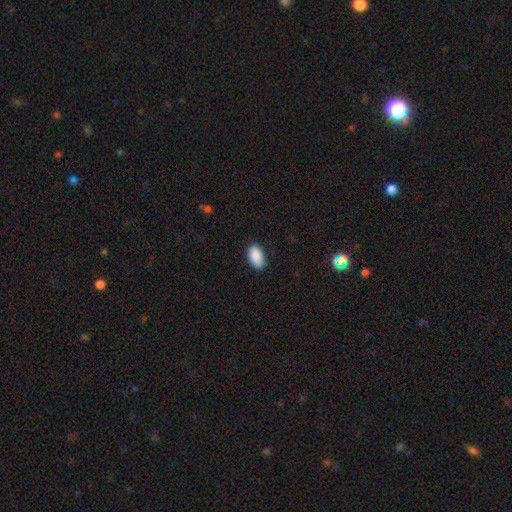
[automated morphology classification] Smooth or featured?
  - smooth: 90% *
  - star or artifact: 7%
  - featured or disk: 3%
How rounded?
  - in between: 95% *
  - round: 3%
  - cigar-shaped: 2%
Merging?
  - none: 81% *
  - minor disturbance: 15%
  - major disturbance: 2%
  - merger: 1%